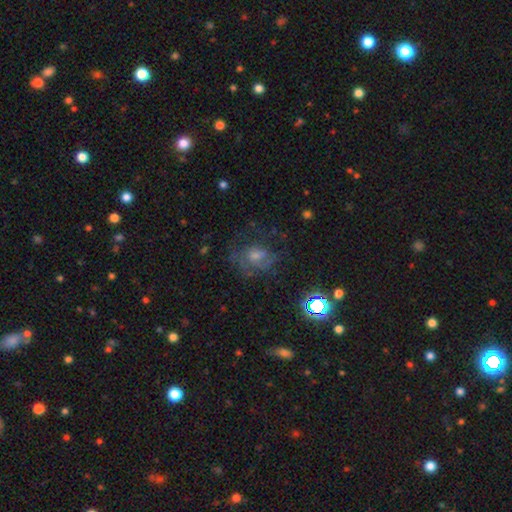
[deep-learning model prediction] Morphology: type=featured or disk (49%); merging=none (58%).